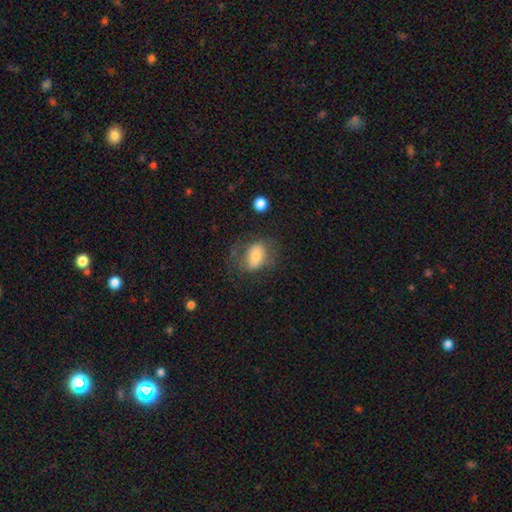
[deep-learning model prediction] smooth 67%, featured or disk 25%, star or artifact 9%. Down the decision tree: how rounded — in between (78%); merging — none (55%).